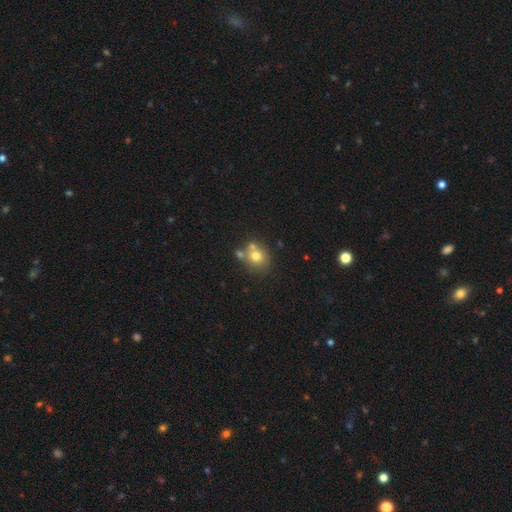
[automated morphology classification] smooth 71%, featured or disk 16%, star or artifact 13%. Down the decision tree: how rounded — round (72%); merging — none (57%).